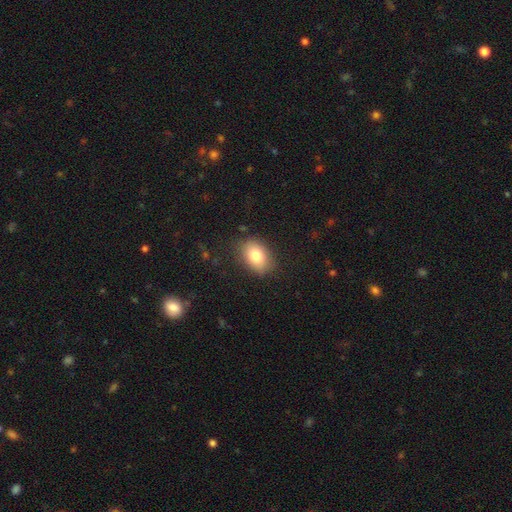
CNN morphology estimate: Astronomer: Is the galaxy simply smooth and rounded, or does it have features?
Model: smooth — 80%.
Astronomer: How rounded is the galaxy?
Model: in between — 78%.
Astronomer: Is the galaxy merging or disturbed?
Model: none — 81%.